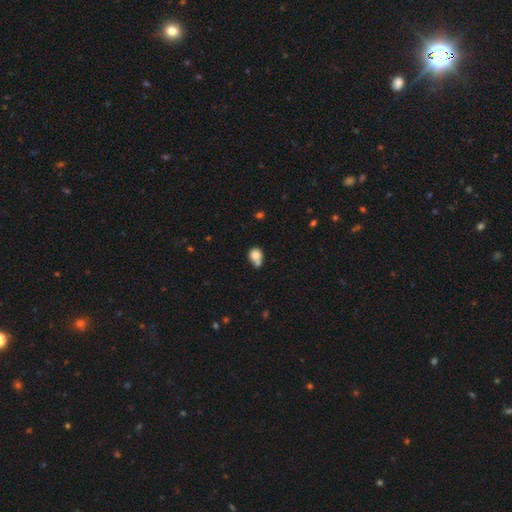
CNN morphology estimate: Smooth or featured: smooth — 79% (featured or disk — 11%)
How rounded: round — 69% (in between — 30%)
Merging: merger — 43% (none — 38%)